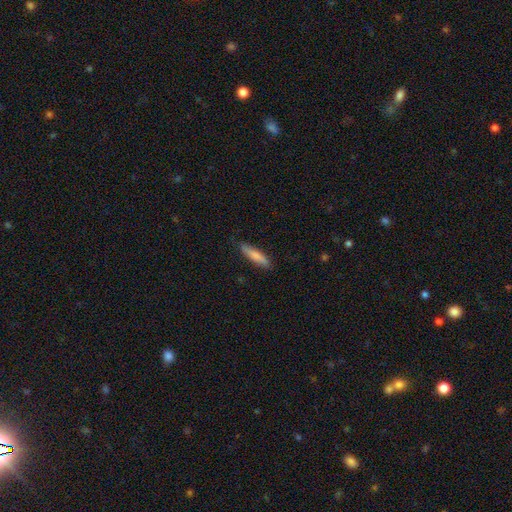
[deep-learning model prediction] Smooth or featured? smooth (80%)
How rounded? cigar-shaped (80%)
Merging? none (80%)